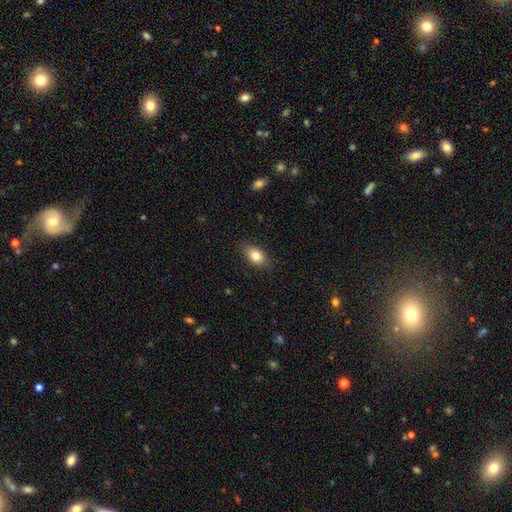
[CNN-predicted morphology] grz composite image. It shows a smooth galaxy with no disk features (81%) that is in between round and cigar-shaped (82%). Merging: none (84%).